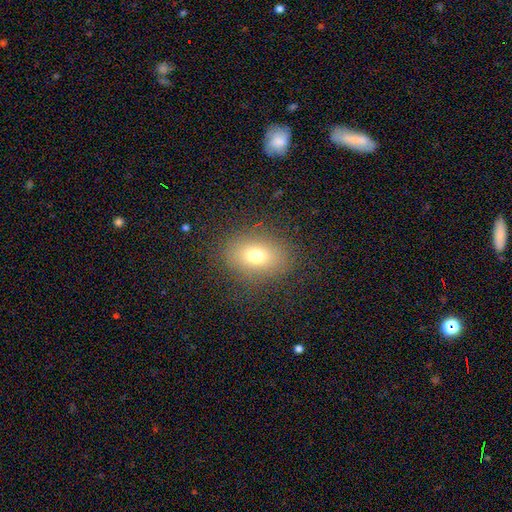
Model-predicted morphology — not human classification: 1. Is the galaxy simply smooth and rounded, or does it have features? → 73% smooth, 14% featured or disk, 14% star or artifact.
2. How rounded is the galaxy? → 69% in between, 29% round, 2% cigar-shaped.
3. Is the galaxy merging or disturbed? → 84% none, 10% minor disturbance, 5% major disturbance, 1% merger.